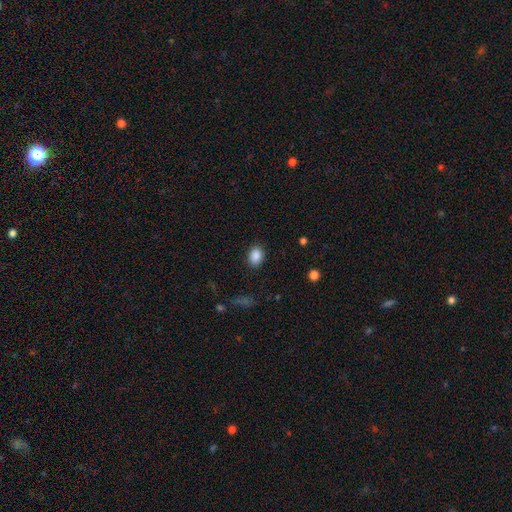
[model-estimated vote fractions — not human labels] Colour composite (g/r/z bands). It shows a smooth galaxy with no disk features (87%) that is in between round and cigar-shaped (70%). Merging: none (86%).